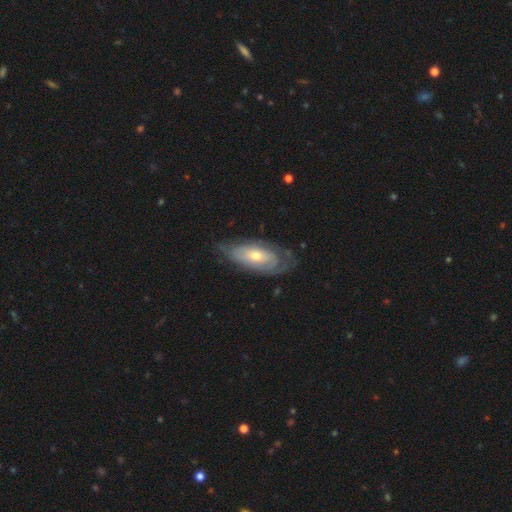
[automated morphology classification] smooth_or_featured: featured or disk (p=0.71) [alt: smooth p=0.24]
disk_edge_on: no (p=0.89) [alt: yes p=0.11]
bar: no (p=0.75) [alt: weak p=0.20]
has_spiral_arms: yes (p=0.78) [alt: no p=0.22]
bulge_size: moderate (p=0.50) [alt: small p=0.45]
merging: none (p=0.65) [alt: minor disturbance p=0.24]